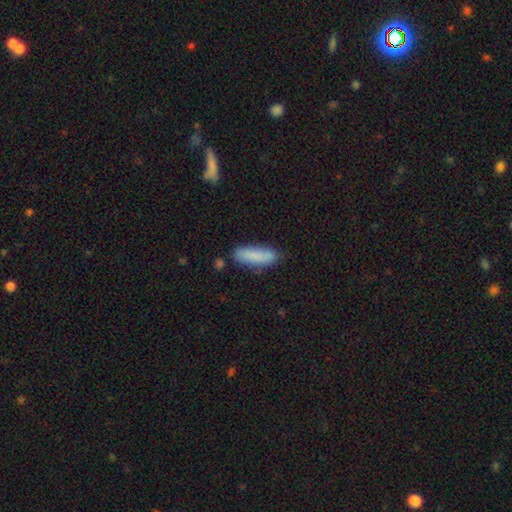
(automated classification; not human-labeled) A smooth galaxy with no disk features (84%) that is cigar-shaped (53%).

Vote fractions:
- Smooth or featured? smooth: 84% / featured or disk: 9% / star or artifact: 6%
- How rounded? cigar-shaped: 53% / in between: 45% / round: 2%
- Merging? none: 75% / minor disturbance: 18% / merger: 4% / major disturbance: 4%